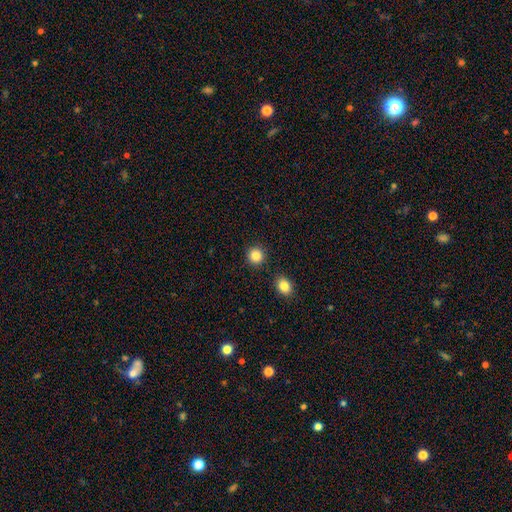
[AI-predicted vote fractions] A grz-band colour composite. It shows a smooth galaxy with no disk features (86%) that is round (90%). Merging: none (88%).